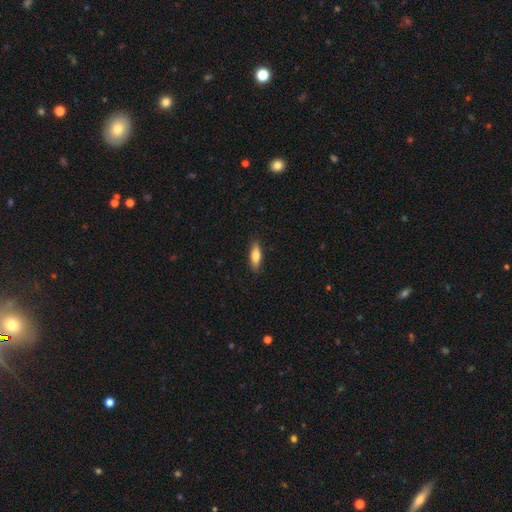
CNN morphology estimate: smooth-or-featured: smooth: 76% | featured or disk: 18% | star or artifact: 6%
  how-rounded: in between: 56% | cigar-shaped: 42% | round: 2%
  merging: none: 87% | minor disturbance: 10% | major disturbance: 2% | merger: 1%